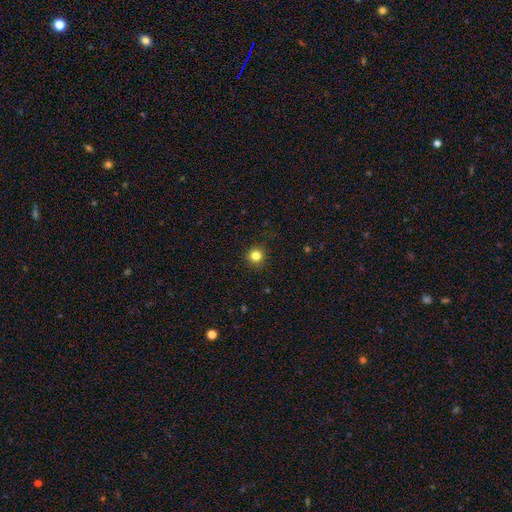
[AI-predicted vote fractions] Smooth or featured: smooth — 82% (star or artifact — 13%)
How rounded: round — 93% (in between — 6%)
Merging: none — 91% (minor disturbance — 6%)